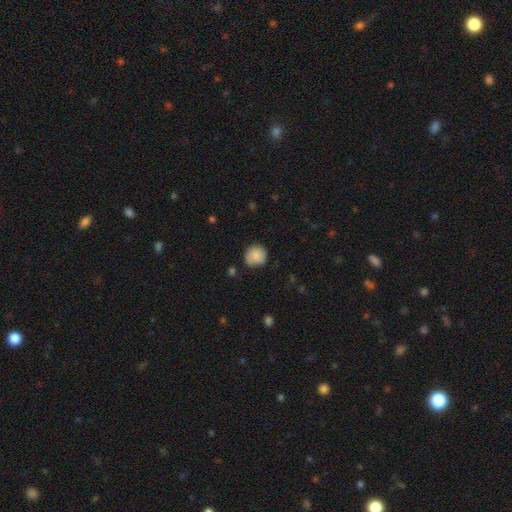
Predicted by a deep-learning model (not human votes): A smooth galaxy with no disk features (80%) that is round (87%). Merging: none (68%).